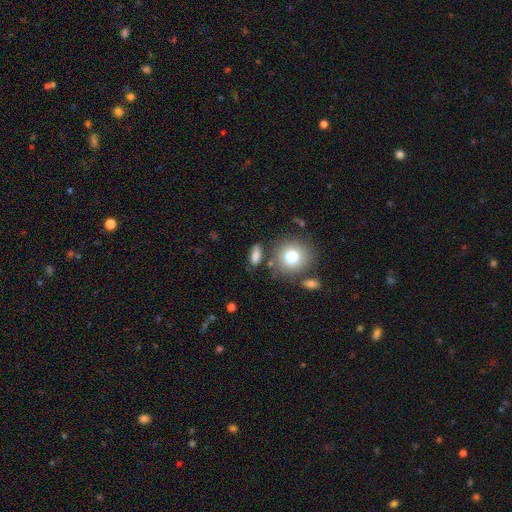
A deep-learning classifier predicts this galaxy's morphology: A smooth galaxy with no disk features (80%) that is in between round and cigar-shaped (68%). Merging: none (74%).